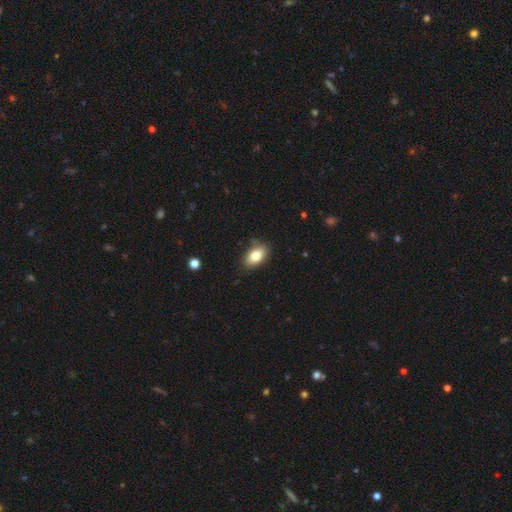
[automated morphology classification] Smooth or featured? Predicted: smooth (p=0.82). How rounded? Predicted: in between (p=0.91). Merging? Predicted: none (p=0.81).